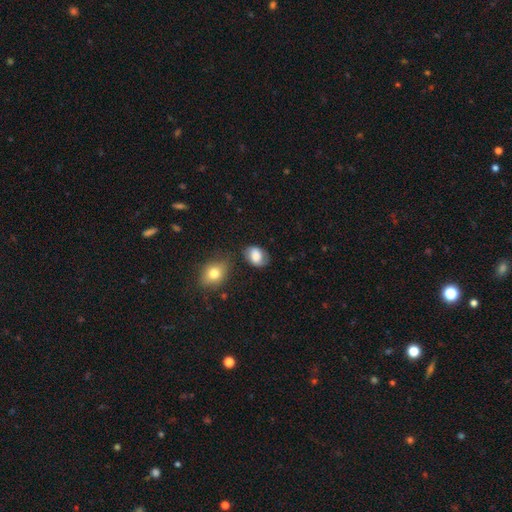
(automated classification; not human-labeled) This is likely a smooth galaxy (72%). How rounded: likely in between (76%). Merging: likely none (64%).